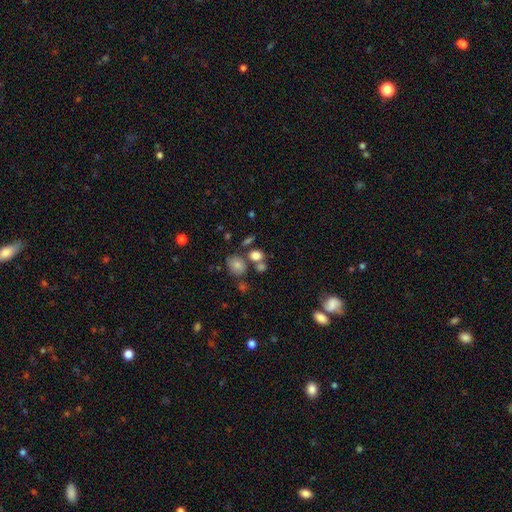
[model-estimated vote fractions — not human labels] This appears to be a smooth galaxy with no disk features (77%) that is in between round and cigar-shaped (50%). Merging: none (56%).